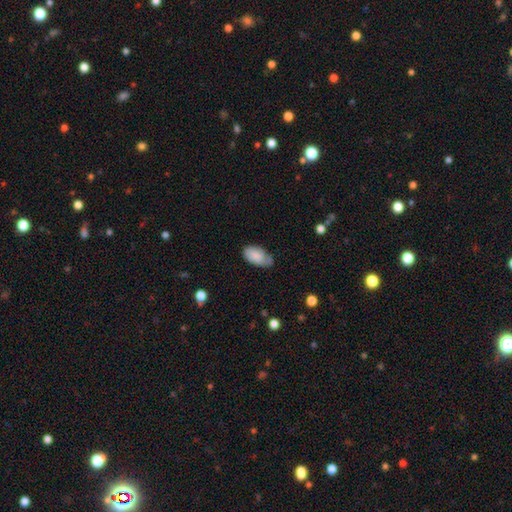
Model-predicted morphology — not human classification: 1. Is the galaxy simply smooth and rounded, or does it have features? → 80% smooth, 13% featured or disk, 7% star or artifact.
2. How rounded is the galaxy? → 94% in between, 4% round, 2% cigar-shaped.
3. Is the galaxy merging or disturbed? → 52% none, 36% minor disturbance, 10% major disturbance, 3% merger.